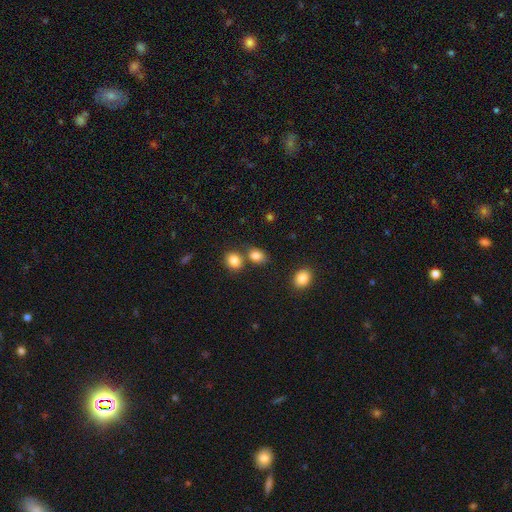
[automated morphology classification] Smooth or featured: smooth — 84% (star or artifact — 10%)
How rounded: in between — 59% (round — 39%)
Merging: none — 61% (merger — 26%)